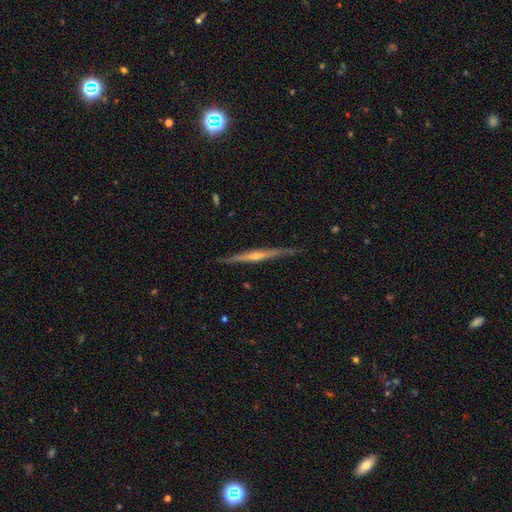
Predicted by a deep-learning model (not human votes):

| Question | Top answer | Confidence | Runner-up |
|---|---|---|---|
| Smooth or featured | featured or disk | 78% | smooth (16%) |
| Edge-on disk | yes | 98% | no (2%) |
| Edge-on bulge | rounded | 70% | none (23%) |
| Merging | none | 87% | minor disturbance (10%) |